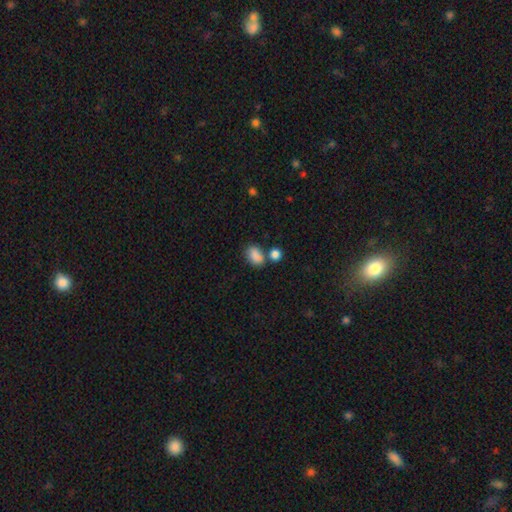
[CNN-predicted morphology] Q: Smooth or featured?
A: smooth (85%); runner-up: star or artifact (9%)
Q: How rounded?
A: in between (82%); runner-up: round (16%)
Q: Merging?
A: none (53%); runner-up: merger (27%)